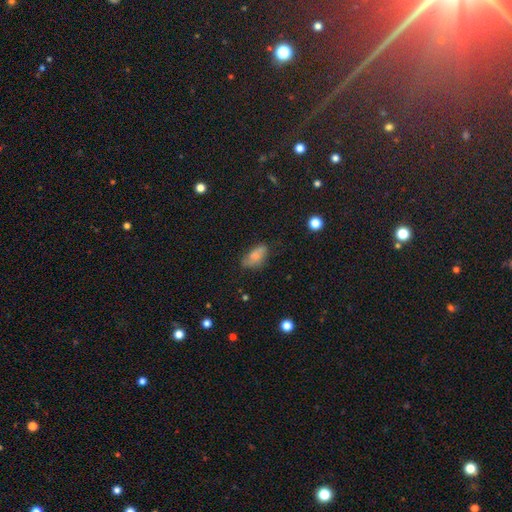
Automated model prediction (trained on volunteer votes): A smooth galaxy with no disk features (72%) that is in between round and cigar-shaped (88%). Merging: none (57%).